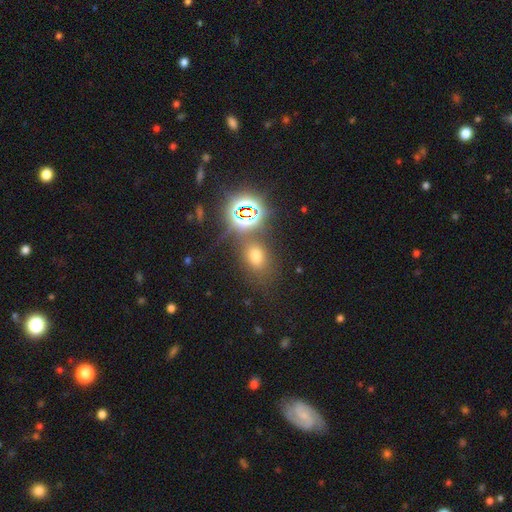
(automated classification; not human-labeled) Q: Smooth or featured?
A: smooth (51%); runner-up: star or artifact (40%)
Q: How rounded?
A: in between (57%); runner-up: round (41%)
Q: Merging?
A: none (69%); runner-up: minor disturbance (13%)